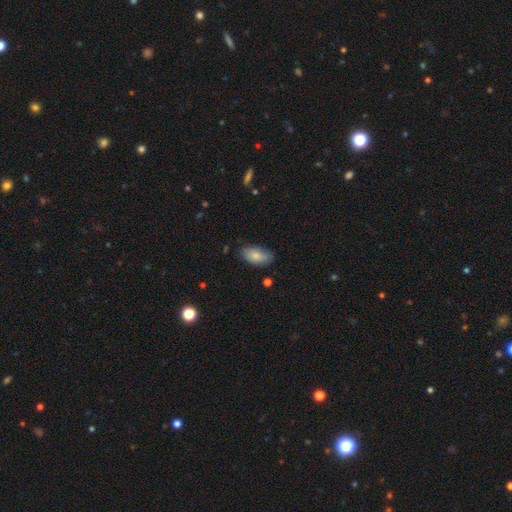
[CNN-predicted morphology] Smooth or featured? Predicted: smooth (p=0.83). How rounded? Predicted: in between (p=0.93). Merging? Predicted: none (p=0.72).